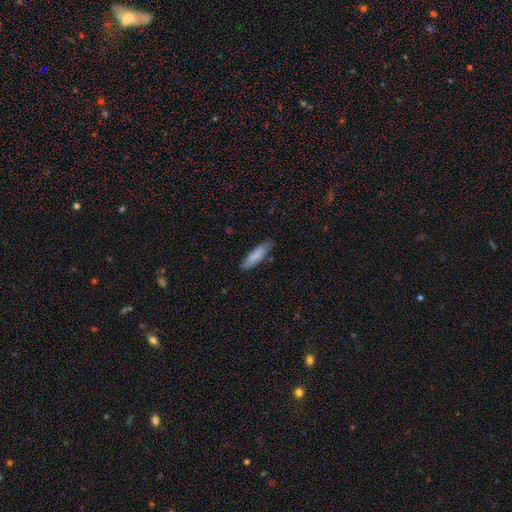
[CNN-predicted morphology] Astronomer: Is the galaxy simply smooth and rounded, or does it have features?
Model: smooth — 79%.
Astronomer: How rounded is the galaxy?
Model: cigar-shaped — 62%.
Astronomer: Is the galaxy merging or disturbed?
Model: none — 74%.